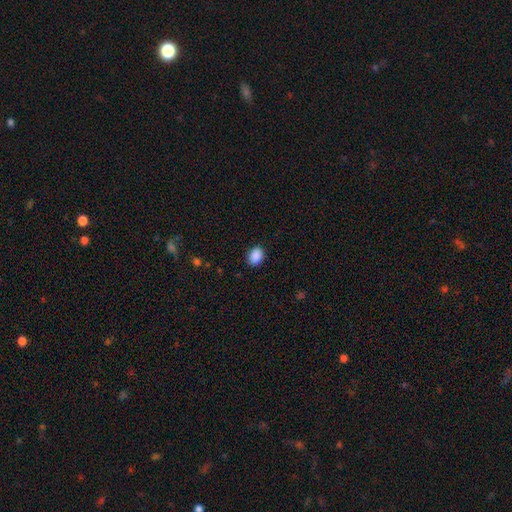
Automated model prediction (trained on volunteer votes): A smooth galaxy with no disk features (89%) that is in between round and cigar-shaped (73%).

Vote fractions:
- Smooth or featured? smooth: 89% / star or artifact: 8% / featured or disk: 2%
- How rounded? in between: 73% / round: 26% / cigar-shaped: 1%
- Merging? none: 88% / minor disturbance: 9% / major disturbance: 2% / merger: 1%